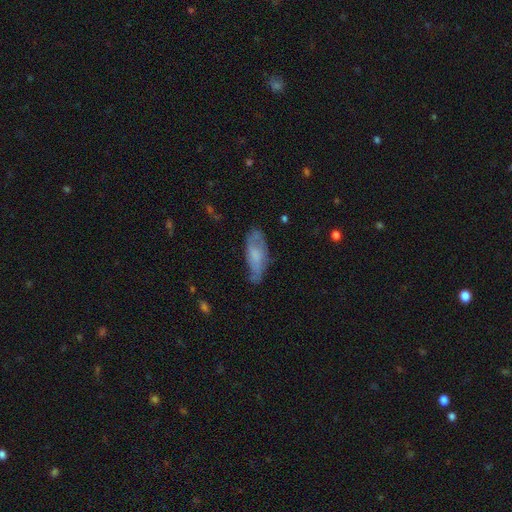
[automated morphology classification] Smooth or featured: smooth — 52% (featured or disk — 40%)
How rounded: in between — 73% (cigar-shaped — 25%)
Merging: none — 60% (minor disturbance — 28%)